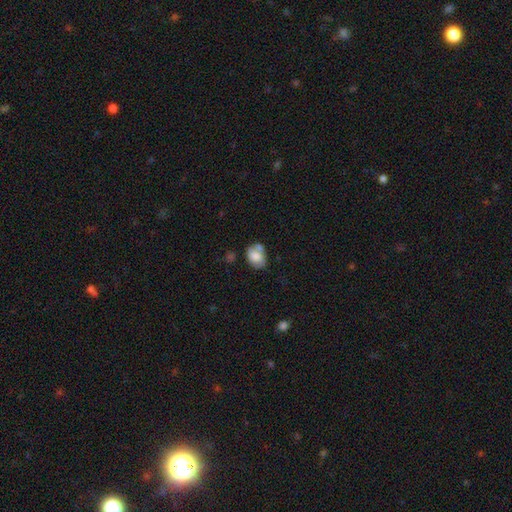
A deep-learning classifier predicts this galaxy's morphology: smooth 75%, featured or disk 17%, star or artifact 8%. Down the decision tree: how rounded — in between (69%); merging — none (42%).